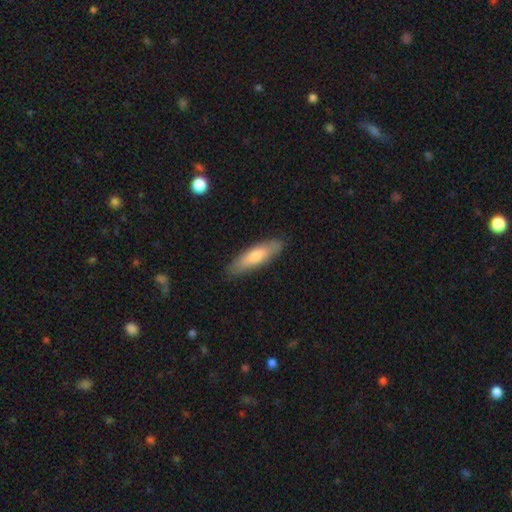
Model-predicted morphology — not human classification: smooth-or-featured: smooth: 64% | featured or disk: 30% | star or artifact: 6%
  how-rounded: cigar-shaped: 68% | in between: 30% | round: 2%
  merging: none: 87% | minor disturbance: 10% | major disturbance: 2% | merger: 1%